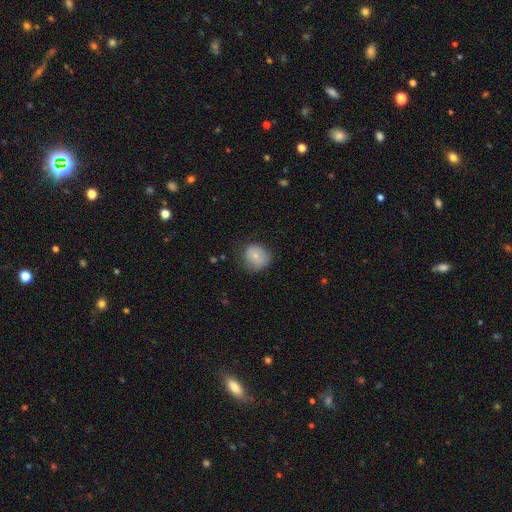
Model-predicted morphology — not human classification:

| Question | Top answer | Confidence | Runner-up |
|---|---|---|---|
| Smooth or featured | smooth | 76% | featured or disk (15%) |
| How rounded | round | 78% | in between (21%) |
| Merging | none | 64% | minor disturbance (25%) |